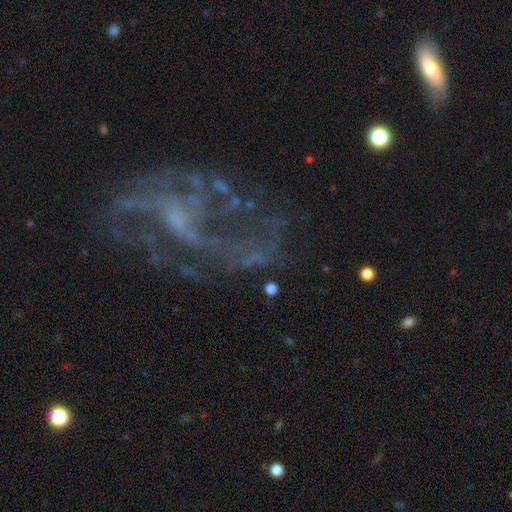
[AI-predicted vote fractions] featured or disk 75%, star or artifact 16%, smooth 8%. Down the decision tree: edge-on disk — no (97%); bar — no (55%); spiral arms — yes (76%); spiral arm count — can't tell (31%); spiral winding — loose (46%); bulge size — small (41%); merging — none (48%).